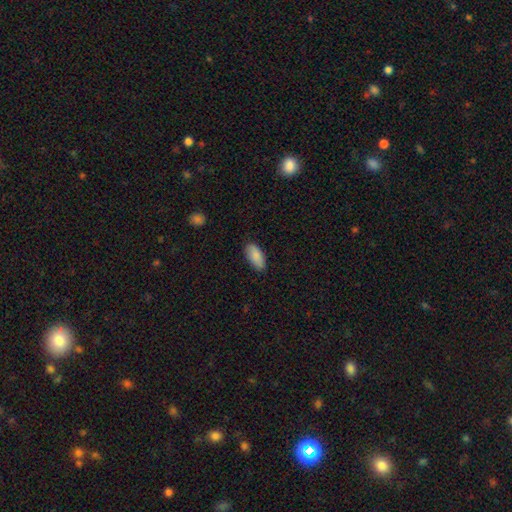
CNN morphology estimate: smooth-or-featured: smooth: 87% | featured or disk: 6% | star or artifact: 6%
  how-rounded: in between: 90% | cigar-shaped: 8% | round: 2%
  merging: none: 85% | minor disturbance: 12% | major disturbance: 2% | merger: 1%